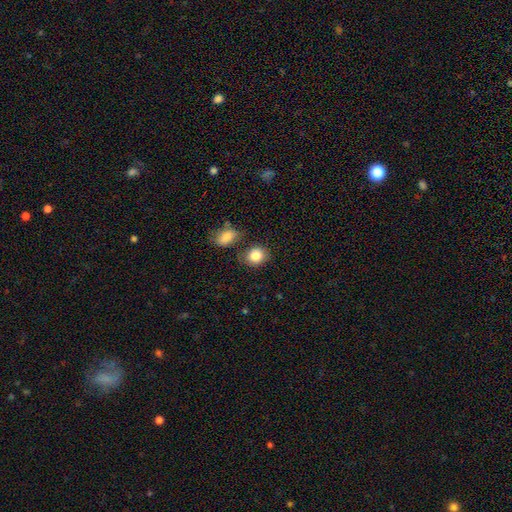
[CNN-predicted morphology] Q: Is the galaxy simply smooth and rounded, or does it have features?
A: smooth — 84%.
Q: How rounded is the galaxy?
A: round — 64%.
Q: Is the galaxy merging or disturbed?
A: none — 73%.